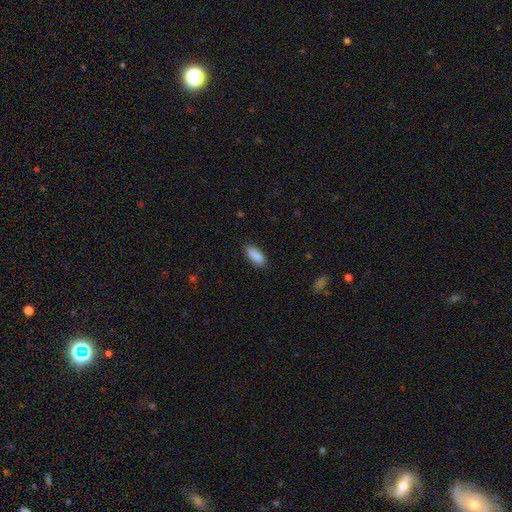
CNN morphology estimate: Overall: smooth (89%). How rounded: in between (77%). Merging: none (86%).